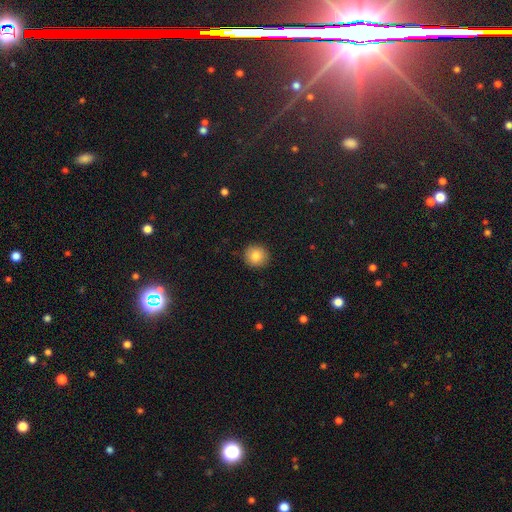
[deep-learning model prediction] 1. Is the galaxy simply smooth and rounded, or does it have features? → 84% smooth, 9% star or artifact, 7% featured or disk.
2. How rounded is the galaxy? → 90% round, 9% in between, 1% cigar-shaped.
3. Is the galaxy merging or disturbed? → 91% none, 7% minor disturbance, 2% major disturbance, 1% merger.